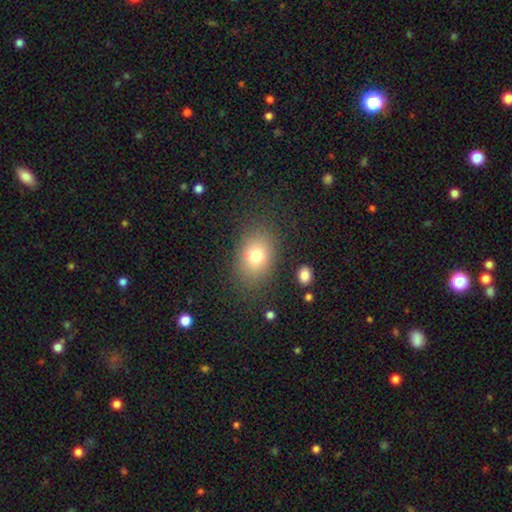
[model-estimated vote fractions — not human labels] Overall: smooth (76%). How rounded: in between (72%). Merging: none (81%).